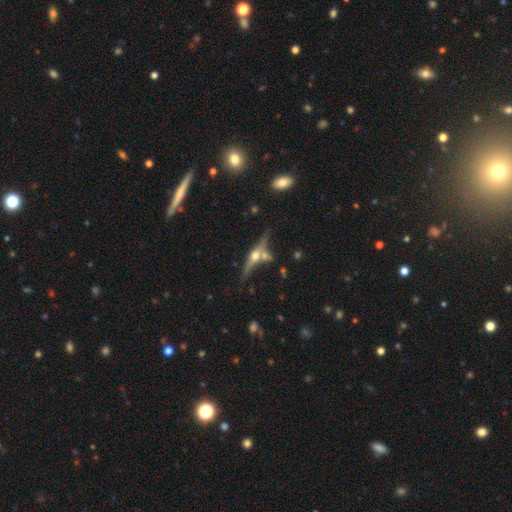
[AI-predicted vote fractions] Smooth or featured: featured or disk — 73% (smooth — 20%)
Edge-on disk: yes — 94% (no — 6%)
Edge-on bulge: rounded — 94% (boxy — 3%)
Merging: none — 61% (merger — 21%)